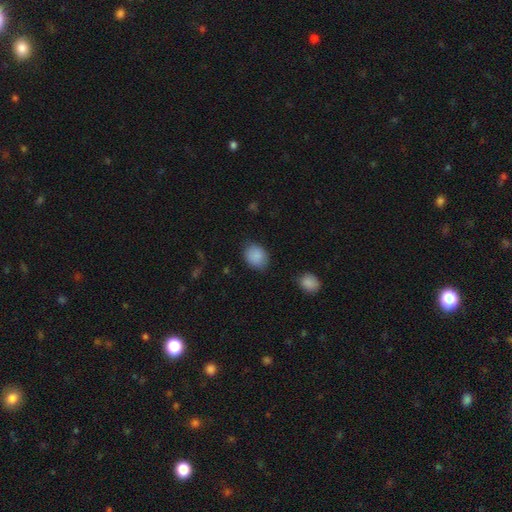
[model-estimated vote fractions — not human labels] smooth-or-featured: smooth: 88% | star or artifact: 8% | featured or disk: 4%
  how-rounded: in between: 50% | round: 49% | cigar-shaped: 1%
  merging: none: 79% | minor disturbance: 15% | major disturbance: 4% | merger: 2%